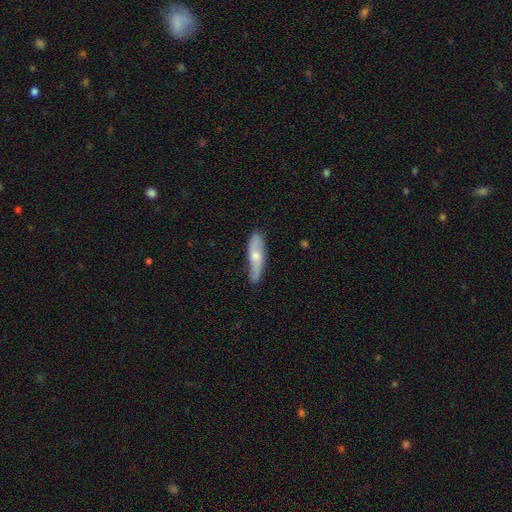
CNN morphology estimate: Smooth or featured? Predicted: smooth (p=0.54). How rounded? Predicted: cigar-shaped (p=0.62). Merging? Predicted: none (p=0.72).